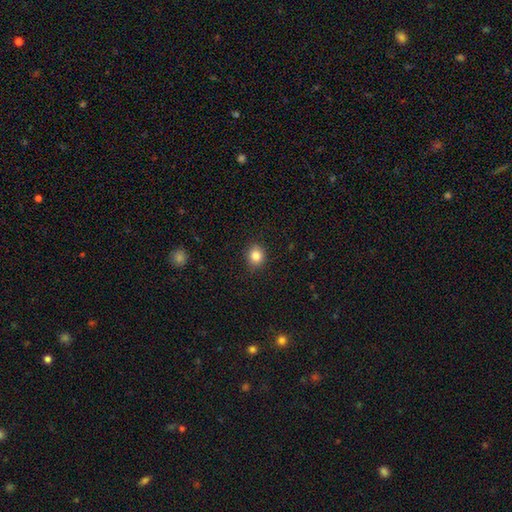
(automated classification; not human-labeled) Smooth or featured? smooth (83%)
How rounded? round (76%)
Merging? none (89%)